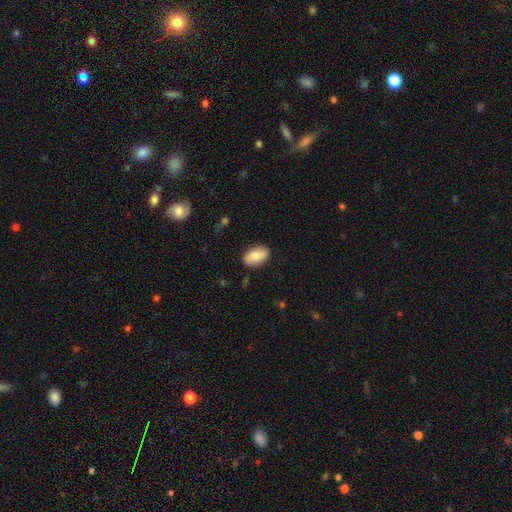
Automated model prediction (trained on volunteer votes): Smooth or featured?
  - smooth: 80% *
  - featured or disk: 14%
  - star or artifact: 7%
How rounded?
  - in between: 93% *
  - round: 6%
  - cigar-shaped: 2%
Merging?
  - none: 85% *
  - minor disturbance: 11%
  - major disturbance: 3%
  - merger: 1%